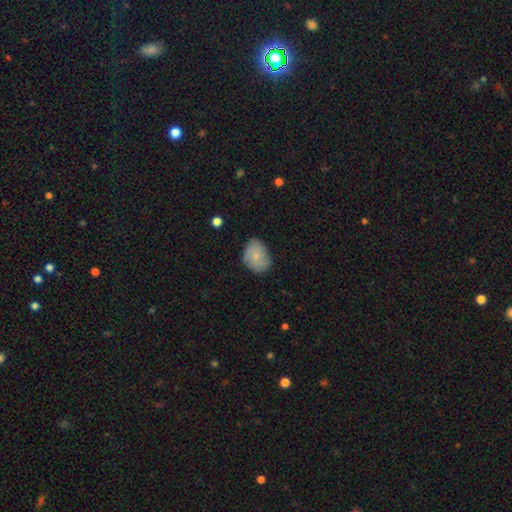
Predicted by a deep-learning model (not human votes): A smooth galaxy with no disk features (62%) that is in between round and cigar-shaped (59%). Merging: none (74%).